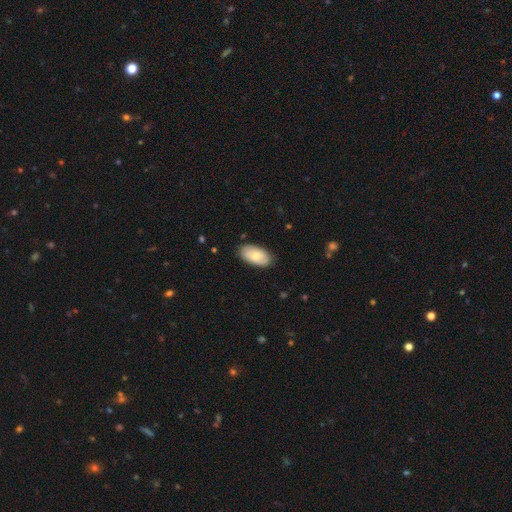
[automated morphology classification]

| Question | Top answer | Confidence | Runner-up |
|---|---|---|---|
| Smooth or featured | smooth | 73% | featured or disk (21%) |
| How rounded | in between | 95% | round (3%) |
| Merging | none | 84% | minor disturbance (13%) |